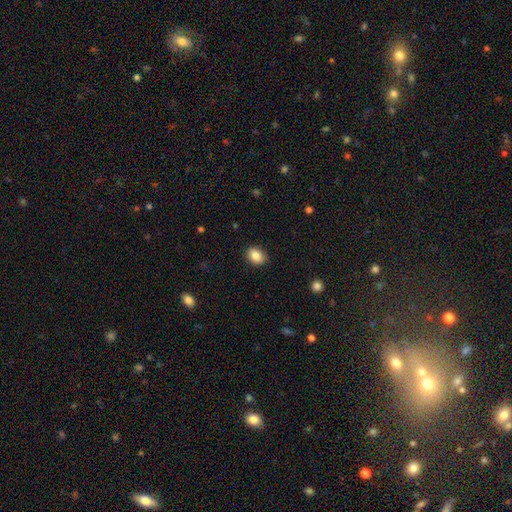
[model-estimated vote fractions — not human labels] Morphology: type=smooth (86%); roundness=in between (60%); merging=none (89%).